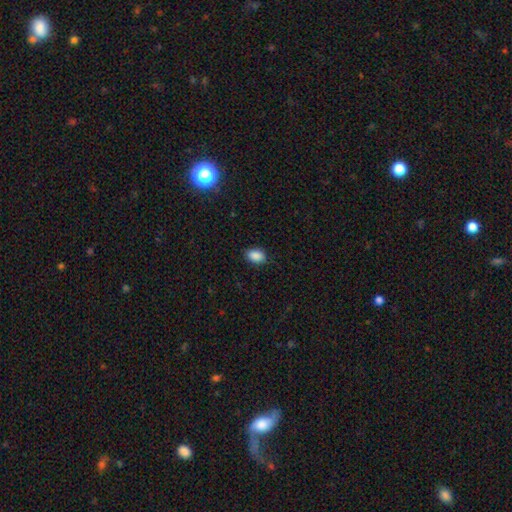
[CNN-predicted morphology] This is clearly a smooth galaxy (88%). How rounded: clearly in between (89%). Merging: clearly none (84%).